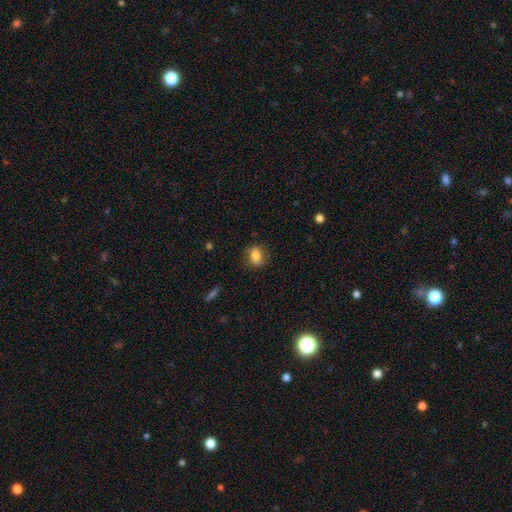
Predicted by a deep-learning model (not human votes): This appears to be a smooth galaxy with no disk features (78%) that is in between round and cigar-shaped (65%). Merging: none (82%).